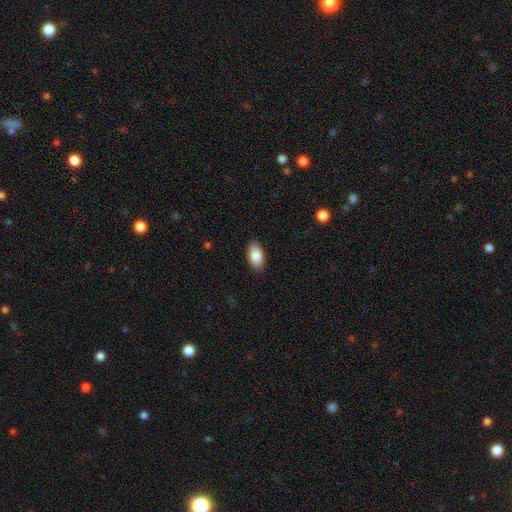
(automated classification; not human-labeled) Overall: smooth (86%). How rounded: in between (94%). Merging: none (89%).